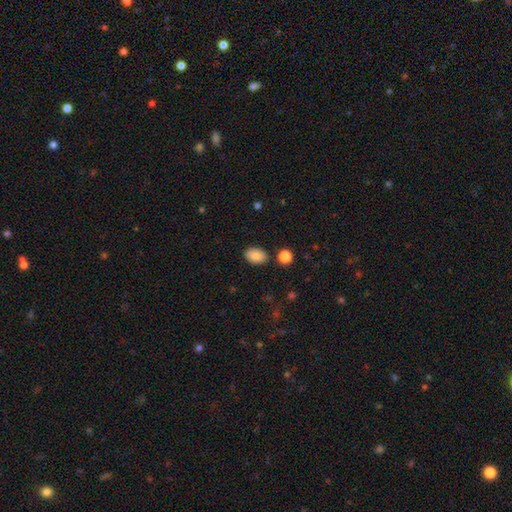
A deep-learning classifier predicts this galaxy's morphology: Smooth or featured? Predicted: smooth (p=0.88). How rounded? Predicted: in between (p=0.88). Merging? Predicted: none (p=0.85).